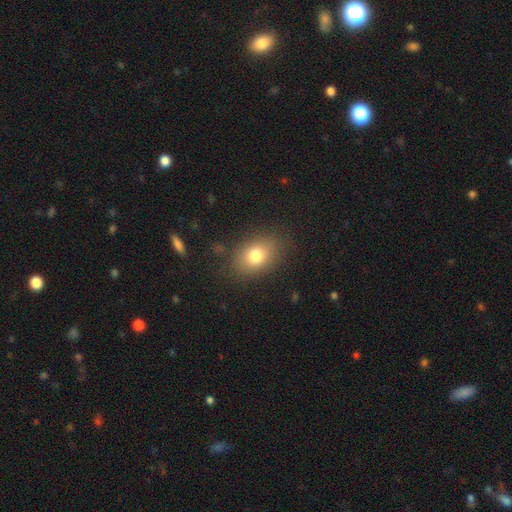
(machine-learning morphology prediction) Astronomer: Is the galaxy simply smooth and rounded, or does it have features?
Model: smooth — 78%.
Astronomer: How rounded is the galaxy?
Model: in between — 72%.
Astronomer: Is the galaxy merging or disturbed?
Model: none — 83%.